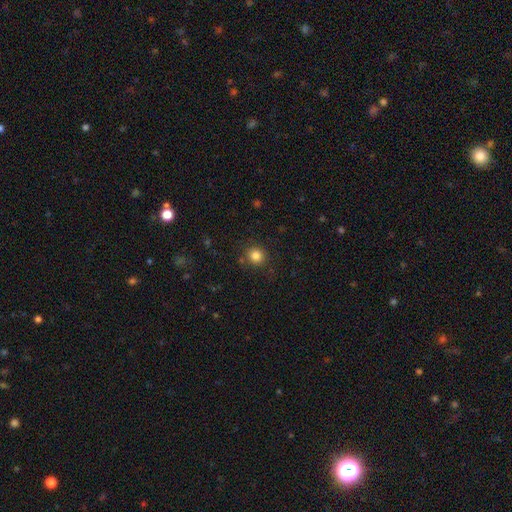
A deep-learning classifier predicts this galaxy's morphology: A smooth galaxy with no disk features (83%) that is round (89%). Merging: none (86%).